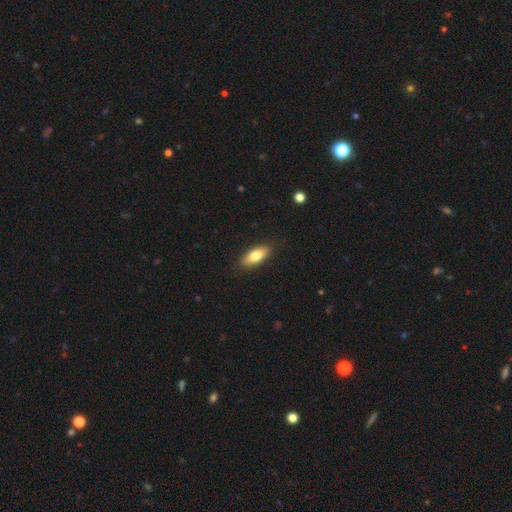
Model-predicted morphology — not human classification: A smooth galaxy with no disk features (79%) that is in between round and cigar-shaped (77%). Merging: none (87%).